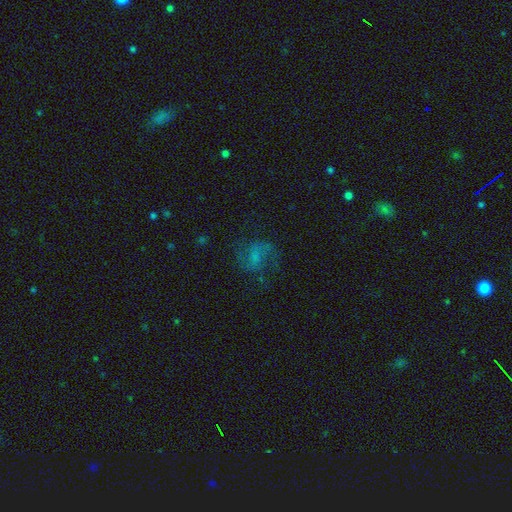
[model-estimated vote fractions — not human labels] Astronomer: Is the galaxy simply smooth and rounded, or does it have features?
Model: featured or disk — 55%.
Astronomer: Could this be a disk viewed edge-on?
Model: no — 98%.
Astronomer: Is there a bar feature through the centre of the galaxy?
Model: no — 45% (runner-up: weak, 44%).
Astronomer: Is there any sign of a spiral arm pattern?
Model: yes — 82%.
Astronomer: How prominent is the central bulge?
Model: none — 45% (runner-up: small, 27%).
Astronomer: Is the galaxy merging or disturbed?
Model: none — 62%.